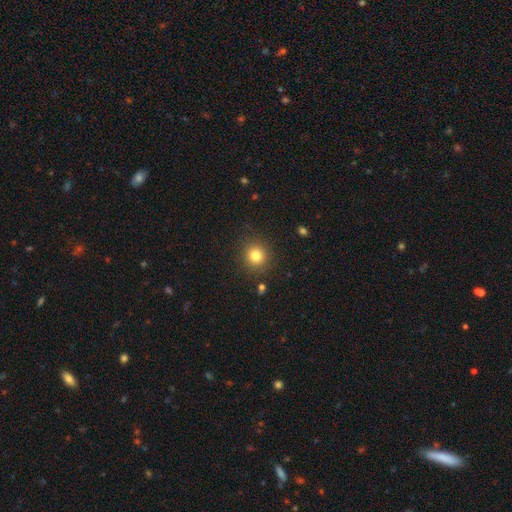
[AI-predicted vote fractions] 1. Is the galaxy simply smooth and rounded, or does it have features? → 81% smooth, 13% star or artifact, 6% featured or disk.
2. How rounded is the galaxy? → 92% round, 7% in between, 1% cigar-shaped.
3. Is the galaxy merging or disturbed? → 89% none, 7% minor disturbance, 3% major disturbance, 2% merger.